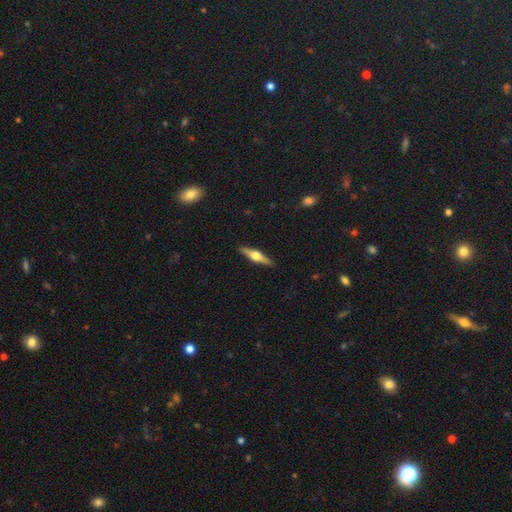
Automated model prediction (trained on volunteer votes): This is likely a featured or disk galaxy (70%). It is clearly viewed edge-on (97%). Edge-on bulge: clearly rounded (94%). Merging: clearly none (91%).